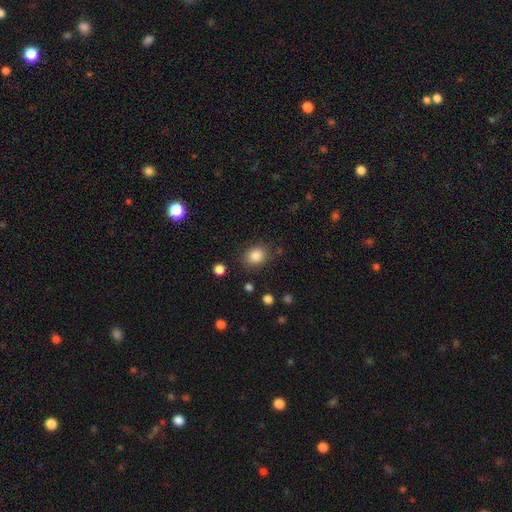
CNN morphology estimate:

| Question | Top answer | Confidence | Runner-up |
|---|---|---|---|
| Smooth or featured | smooth | 85% | star or artifact (10%) |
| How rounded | round | 55% | in between (44%) |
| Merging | none | 83% | minor disturbance (11%) |